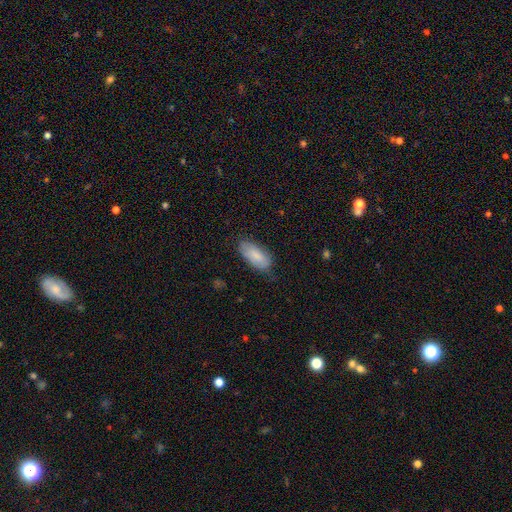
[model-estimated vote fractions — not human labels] This is likely a smooth galaxy (80%). How rounded: clearly in between (89%). Merging: likely none (71%).